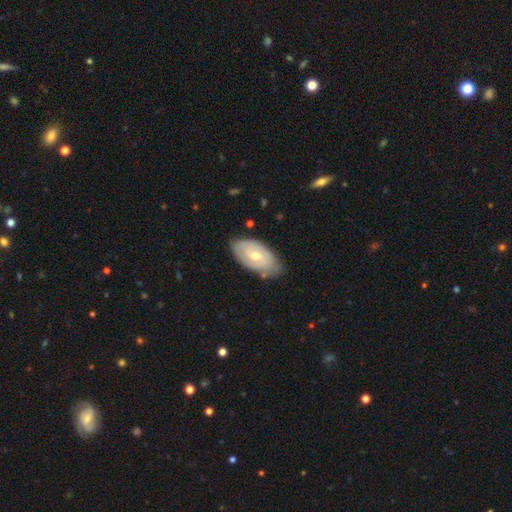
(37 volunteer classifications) This appears to be a featured or disk galaxy (78%) with no bar (46%), 2 (52%) tight (52%) spiral arms (88%) and a moderate central bulge (58%). Merging: none (78%).